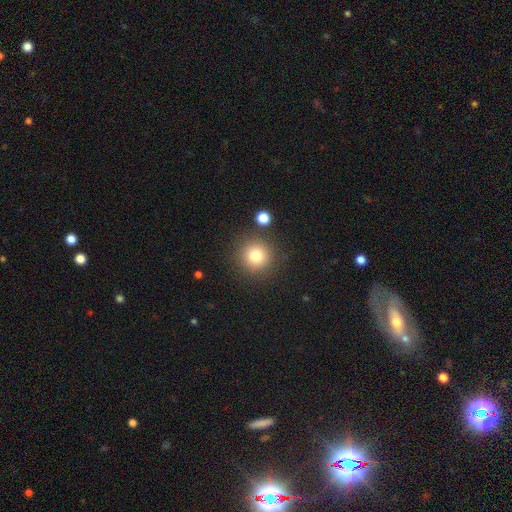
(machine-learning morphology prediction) Smooth or featured?
  - smooth: 78% *
  - star or artifact: 13%
  - featured or disk: 9%
How rounded?
  - round: 94% *
  - in between: 5%
  - cigar-shaped: 1%
Merging?
  - none: 85% *
  - minor disturbance: 7%
  - merger: 4%
  - major disturbance: 3%